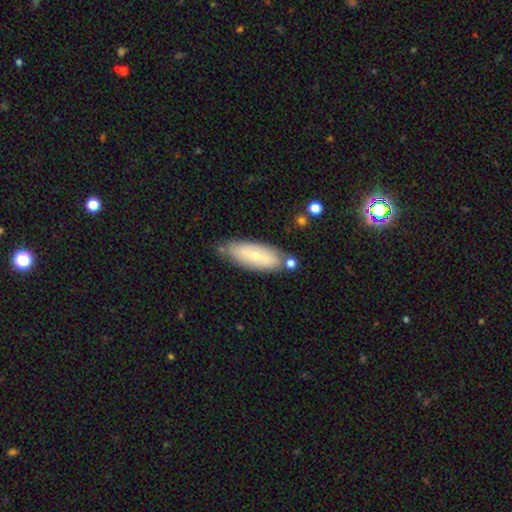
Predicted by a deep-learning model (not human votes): A smooth galaxy with no disk features (58%) that is in between round and cigar-shaped (65%). Merging: none (71%).